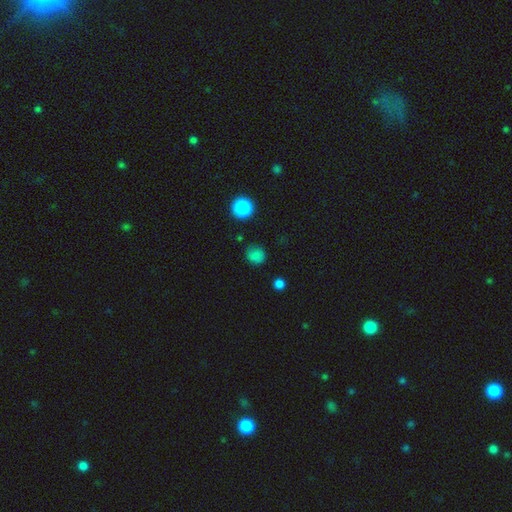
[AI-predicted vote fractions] Morphology: type=smooth (77%); roundness=round (84%); merging=none (76%).